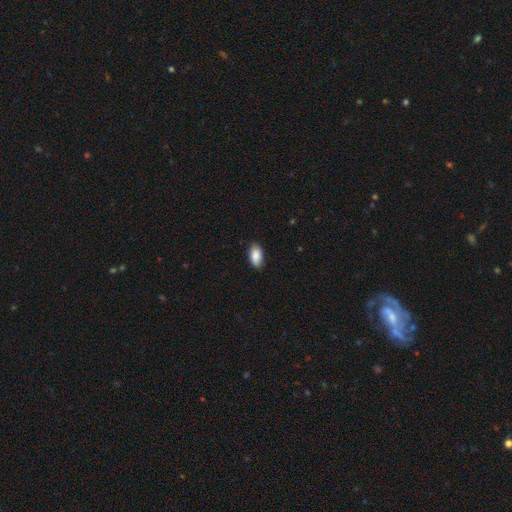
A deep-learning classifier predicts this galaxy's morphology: Overall: smooth (88%). How rounded: in between (94%). Merging: none (85%).